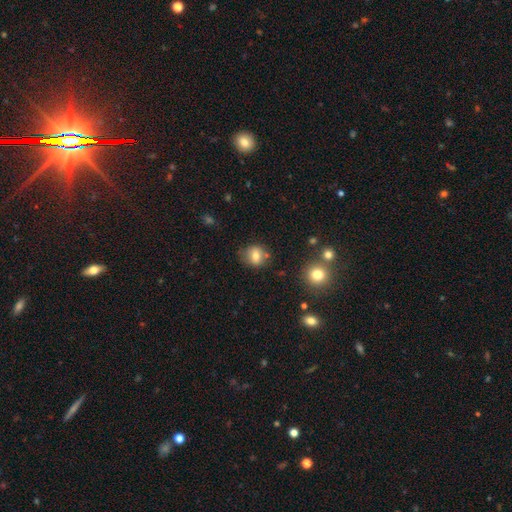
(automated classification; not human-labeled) A smooth galaxy with no disk features (73%) that is round (72%).

Vote fractions:
- Smooth or featured? smooth: 73% / featured or disk: 15% / star or artifact: 12%
- How rounded? round: 72% / in between: 27% / cigar-shaped: 1%
- Merging? none: 72% / minor disturbance: 16% / merger: 7% / major disturbance: 4%